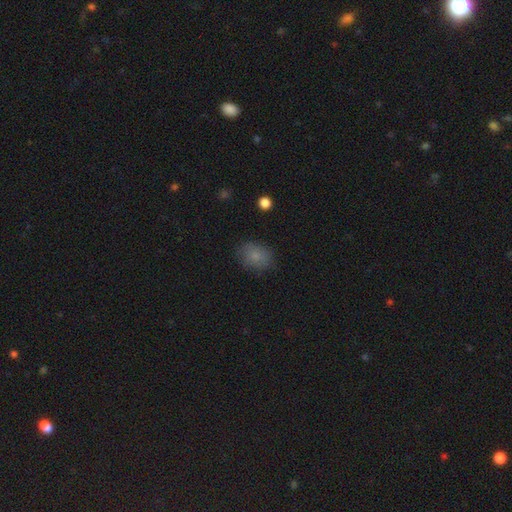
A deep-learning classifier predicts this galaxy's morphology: A smooth galaxy with no disk features (80%) that is in between round and cigar-shaped (63%). Merging: none (78%).